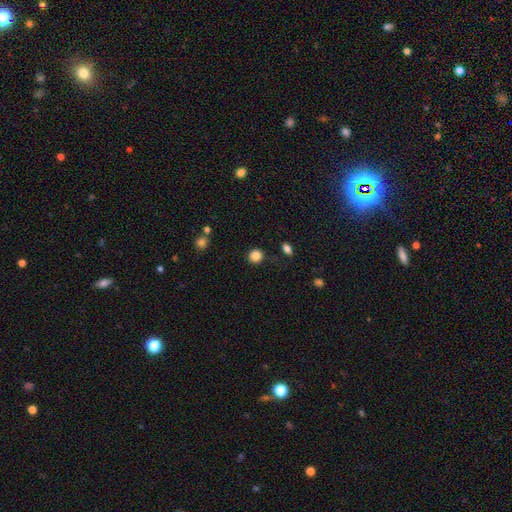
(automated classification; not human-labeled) smooth-or-featured: smooth: 84% | star or artifact: 11% | featured or disk: 5%
  how-rounded: round: 90% | in between: 9% | cigar-shaped: 1%
  merging: none: 87% | minor disturbance: 8% | major disturbance: 3% | merger: 2%